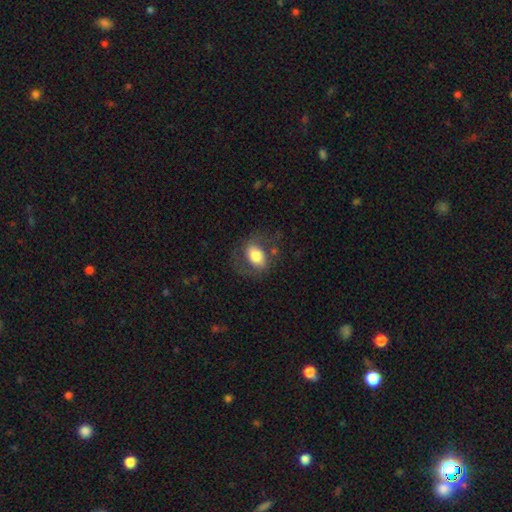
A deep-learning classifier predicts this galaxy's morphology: Q: Smooth or featured?
A: smooth (62%); runner-up: featured or disk (30%)
Q: How rounded?
A: in between (79%); runner-up: round (19%)
Q: Merging?
A: none (62%); runner-up: minor disturbance (20%)